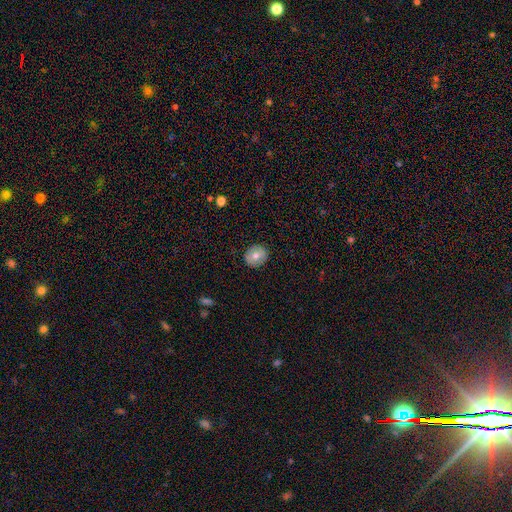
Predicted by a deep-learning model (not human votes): The model was most divided on "smooth or featured": smooth: 67%, featured or disk: 25%, star or artifact: 8%. More confident: merging — none (88%); how rounded — round (81%).